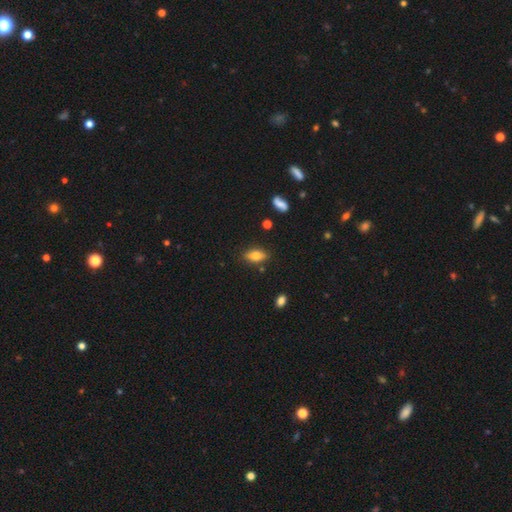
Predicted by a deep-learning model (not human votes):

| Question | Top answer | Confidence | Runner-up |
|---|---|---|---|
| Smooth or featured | smooth | 77% | featured or disk (14%) |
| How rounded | in between | 83% | cigar-shaped (12%) |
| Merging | none | 83% | minor disturbance (12%) |